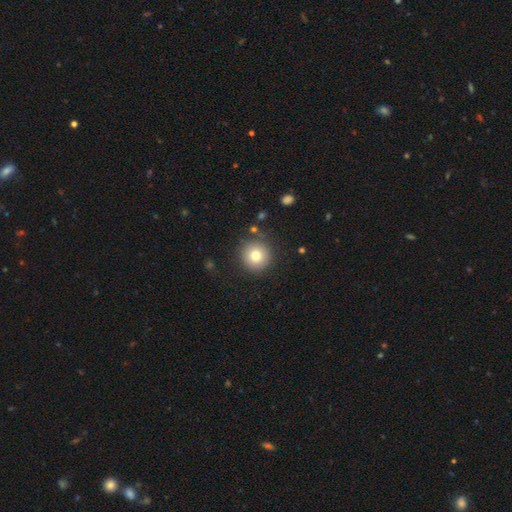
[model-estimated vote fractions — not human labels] This appears to be a smooth galaxy with no disk features (77%) that is round (95%). Merging: none (86%).